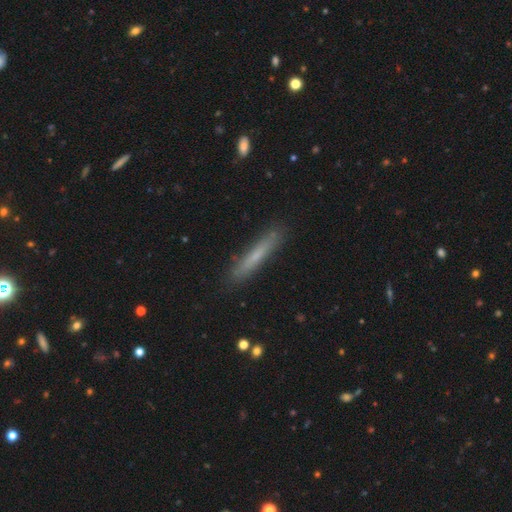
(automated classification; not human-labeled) The model was most divided on "smooth or featured": smooth: 61%, featured or disk: 32%, star or artifact: 7%. More confident: how rounded — cigar-shaped (94%); merging — none (87%).